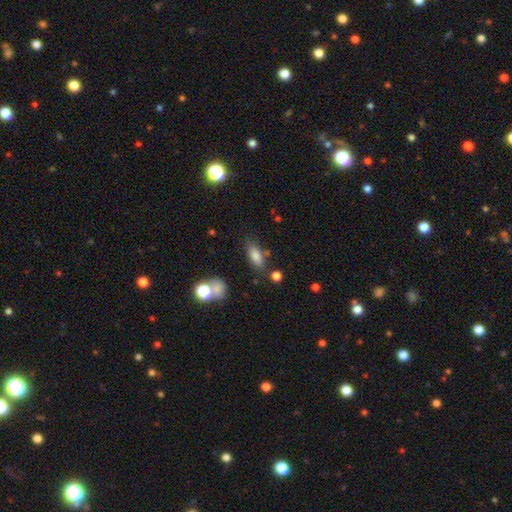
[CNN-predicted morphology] Q: Smooth or featured?
A: smooth (81%); runner-up: featured or disk (9%)
Q: How rounded?
A: in between (78%); runner-up: cigar-shaped (17%)
Q: Merging?
A: none (72%); runner-up: minor disturbance (15%)